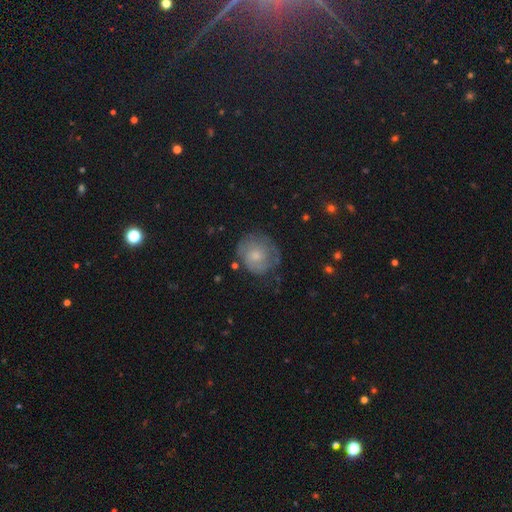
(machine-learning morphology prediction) A smooth galaxy with no disk features (52%) that is round (81%). Merging: none (64%).